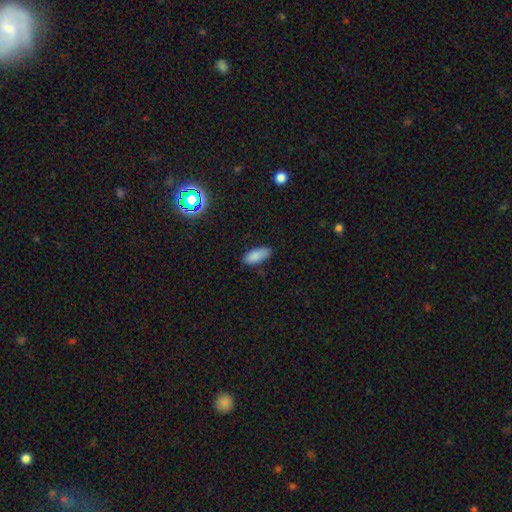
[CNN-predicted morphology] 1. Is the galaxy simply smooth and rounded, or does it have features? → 87% smooth, 8% star or artifact, 5% featured or disk.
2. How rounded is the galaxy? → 85% in between, 13% cigar-shaped, 2% round.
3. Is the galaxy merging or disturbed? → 78% none, 18% minor disturbance, 3% major disturbance, 1% merger.